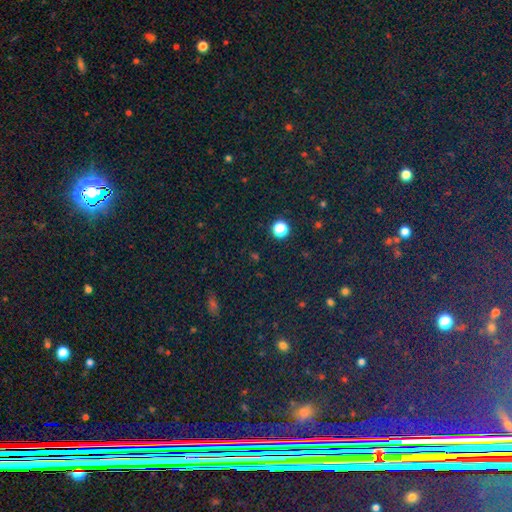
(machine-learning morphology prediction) A star or artifact, not a galaxy (78%).